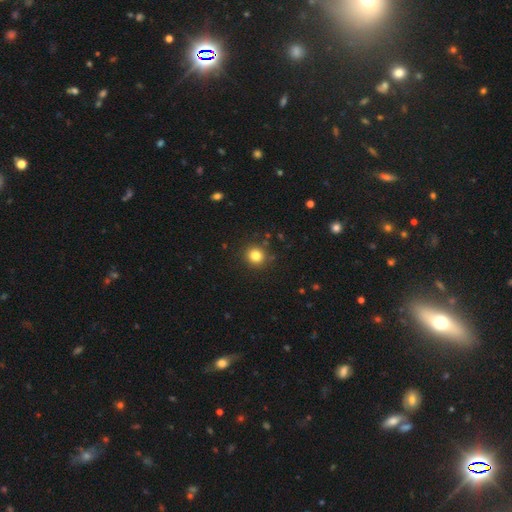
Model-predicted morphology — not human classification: Smooth or featured? Predicted: smooth (p=0.82). How rounded? Predicted: round (p=0.91). Merging? Predicted: none (p=0.89).